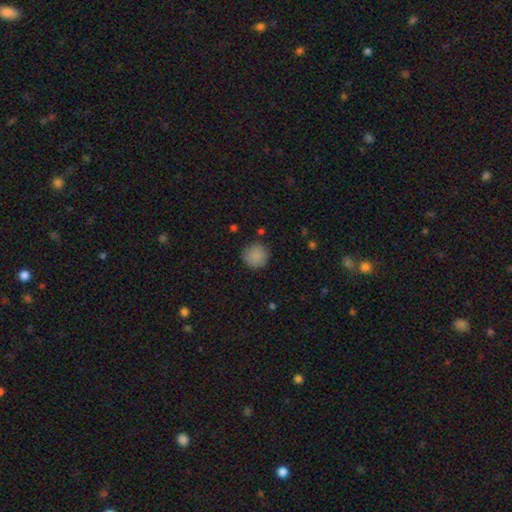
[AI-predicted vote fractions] This appears to be a smooth galaxy with no disk features (87%) that is round (94%). Merging: none (84%).